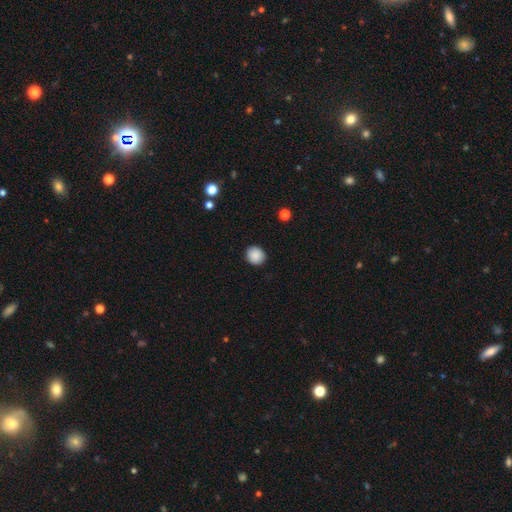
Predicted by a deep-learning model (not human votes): Smooth or featured? Predicted: smooth (p=0.89). How rounded? Predicted: round (p=0.86). Merging? Predicted: none (p=0.90).